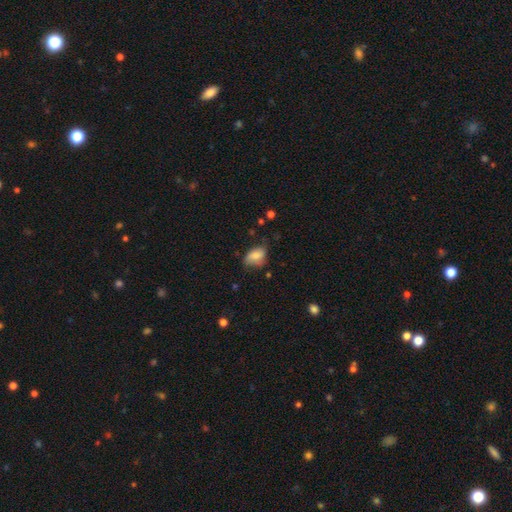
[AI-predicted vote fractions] A smooth galaxy with no disk features (72%) that is in between round and cigar-shaped (84%). Merging: none (50%).